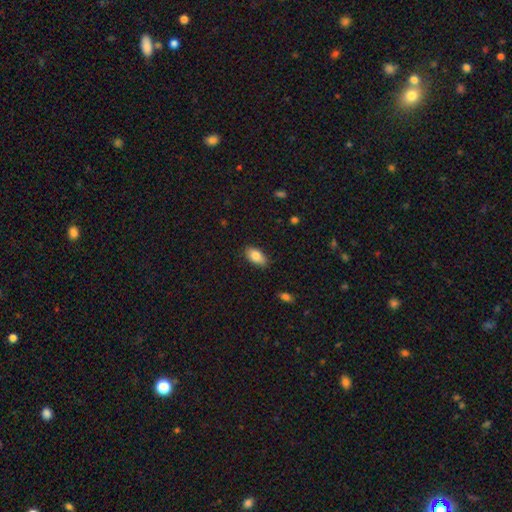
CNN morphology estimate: smooth_or_featured: smooth (p=0.84) [alt: featured or disk p=0.09]
how_rounded: in between (p=0.92) [alt: cigar-shaped p=0.04]
merging: none (p=0.82) [alt: minor disturbance p=0.14]